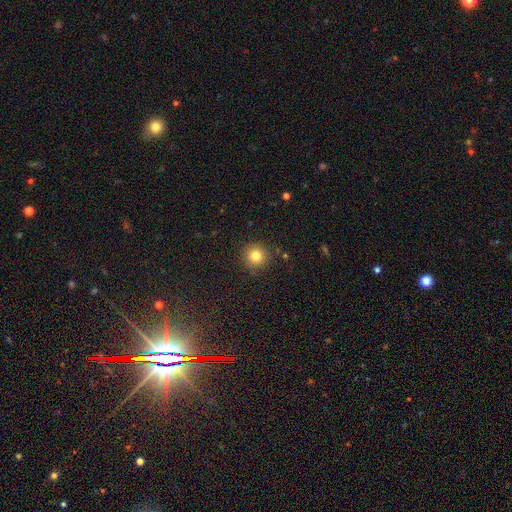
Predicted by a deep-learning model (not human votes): Smooth or featured: smooth — 81% (star or artifact — 12%)
How rounded: round — 95% (in between — 4%)
Merging: none — 90% (minor disturbance — 7%)